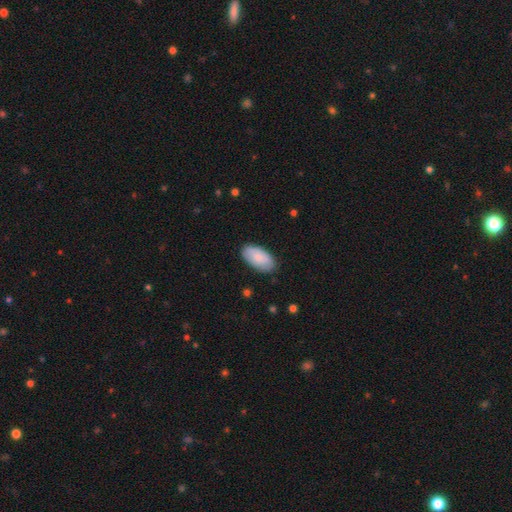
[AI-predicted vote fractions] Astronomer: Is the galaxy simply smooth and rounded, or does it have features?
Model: smooth — 84%.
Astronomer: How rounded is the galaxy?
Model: in between — 96%.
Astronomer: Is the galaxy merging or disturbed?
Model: none — 85%.